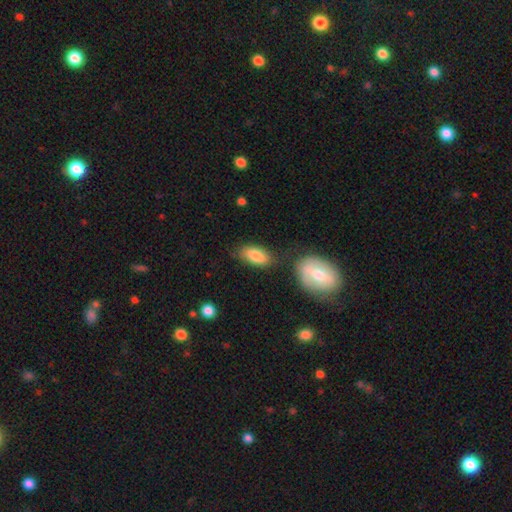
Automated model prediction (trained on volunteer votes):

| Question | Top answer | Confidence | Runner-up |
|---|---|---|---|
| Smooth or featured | smooth | 83% | featured or disk (11%) |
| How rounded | in between | 88% | cigar-shaped (8%) |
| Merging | none | 70% | minor disturbance (16%) |